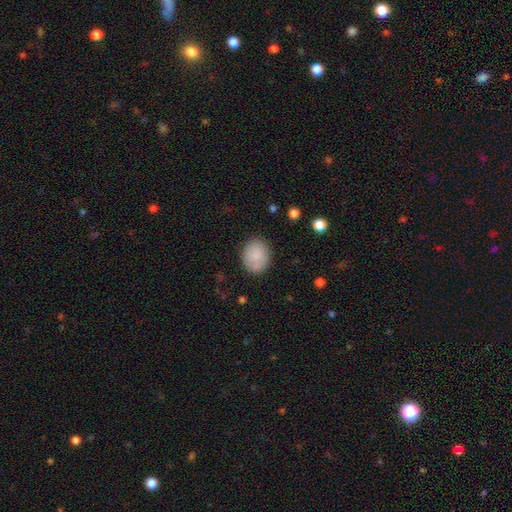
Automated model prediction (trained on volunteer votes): Smooth or featured? smooth (84%)
How rounded? round (56%)
Merging? none (83%)